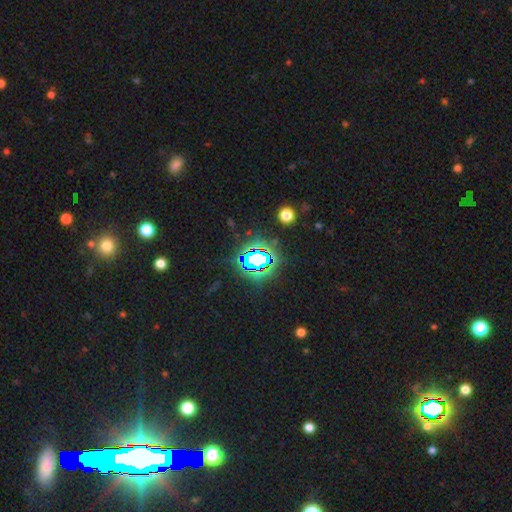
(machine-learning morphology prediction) Smooth or featured?
  - star or artifact: 83% *
  - smooth: 10%
  - featured or disk: 7%